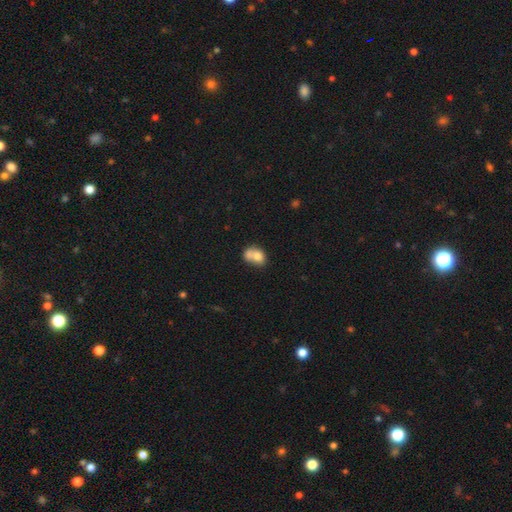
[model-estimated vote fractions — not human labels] smooth 74%, featured or disk 17%, star or artifact 9%. Down the decision tree: how rounded — in between (58%); merging — merger (59%).